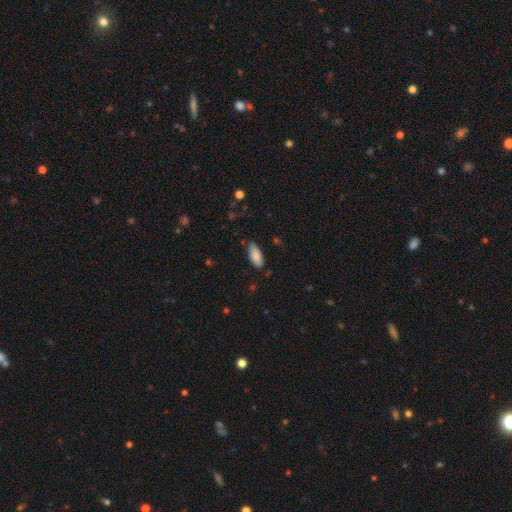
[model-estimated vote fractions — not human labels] Morphology: type=smooth (86%); roundness=in between (88%); merging=none (79%).